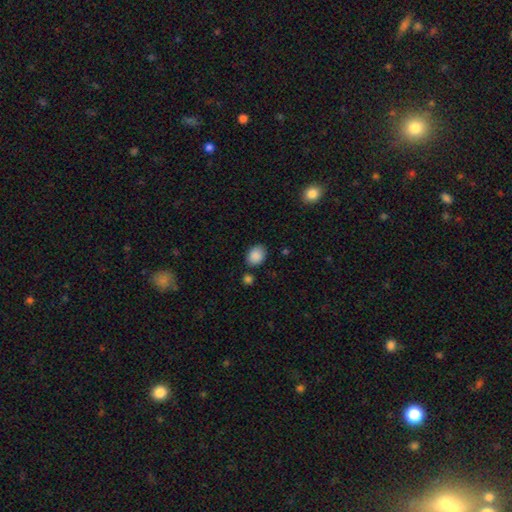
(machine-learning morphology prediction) This appears to be a smooth galaxy with no disk features (89%) that is in between round and cigar-shaped (67%). Merging: none (77%).